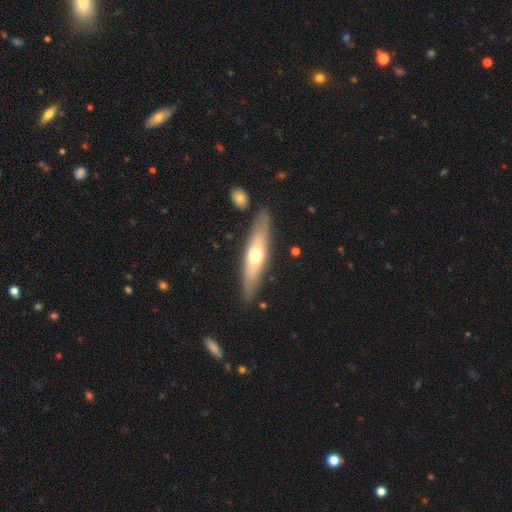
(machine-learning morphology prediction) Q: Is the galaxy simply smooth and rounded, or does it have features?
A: smooth — 48%.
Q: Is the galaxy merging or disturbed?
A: none — 85%.